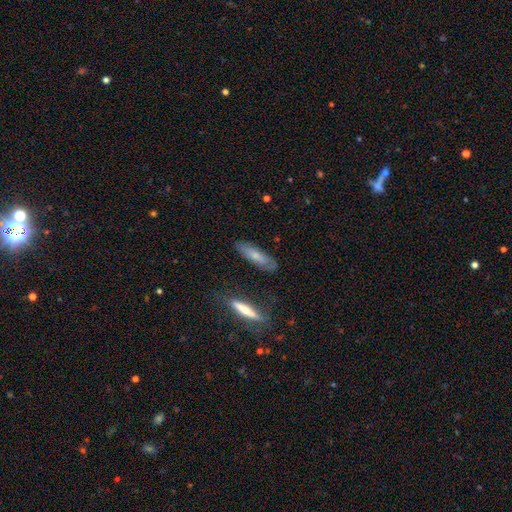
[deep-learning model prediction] Smooth or featured? smooth (61%)
How rounded? cigar-shaped (63%)
Merging? none (77%)